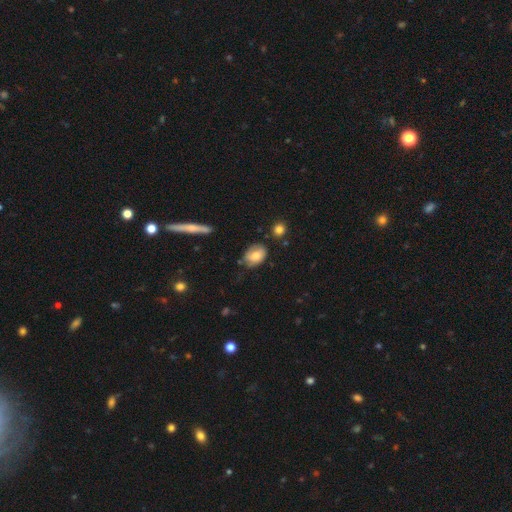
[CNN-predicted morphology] A smooth galaxy with no disk features (69%) that is in between round and cigar-shaped (76%).

Vote fractions:
- Smooth or featured? smooth: 69% / featured or disk: 24% / star or artifact: 8%
- How rounded? in between: 76% / round: 23% / cigar-shaped: 2%
- Merging? none: 55% / minor disturbance: 32% / major disturbance: 8% / merger: 4%